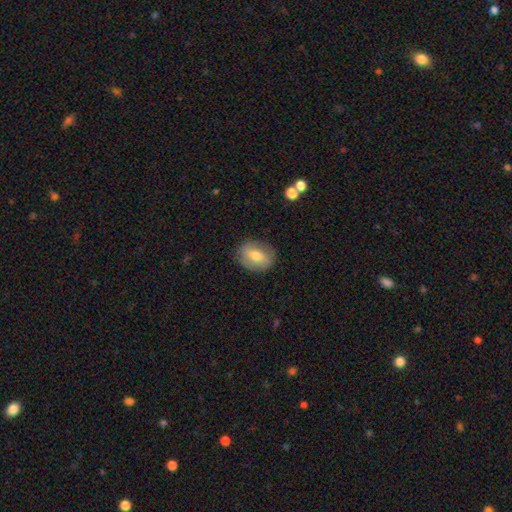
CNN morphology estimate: Overall: smooth (60%; featured or disk 32%). How rounded: in between (64%; round 34%). Merging: none (83%).